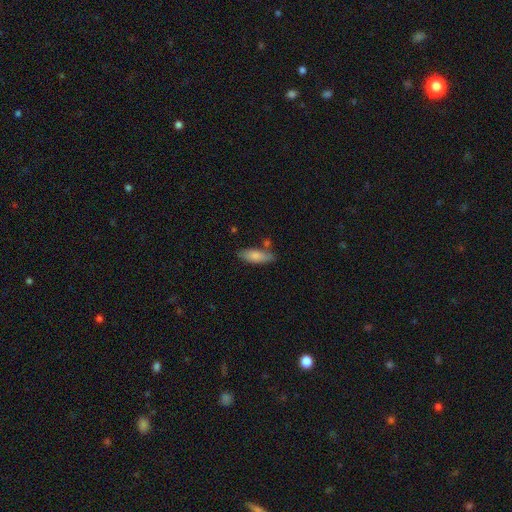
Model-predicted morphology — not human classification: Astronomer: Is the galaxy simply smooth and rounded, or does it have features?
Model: smooth — 80%.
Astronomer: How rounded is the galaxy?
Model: in between — 67%.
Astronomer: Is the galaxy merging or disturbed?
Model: none — 70%.